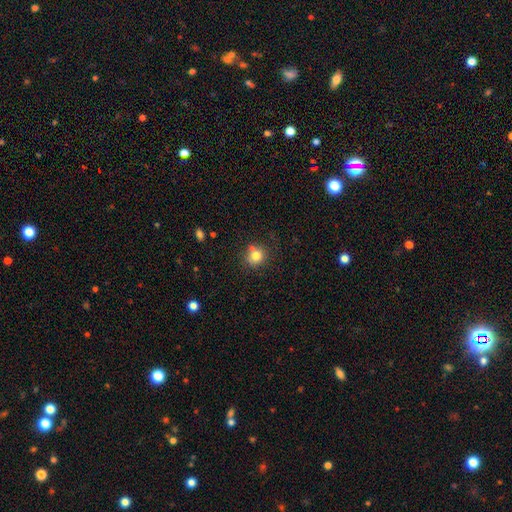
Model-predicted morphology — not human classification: Q: Smooth or featured?
A: smooth (79%); runner-up: star or artifact (12%)
Q: How rounded?
A: round (86%); runner-up: in between (13%)
Q: Merging?
A: none (71%); runner-up: merger (13%)